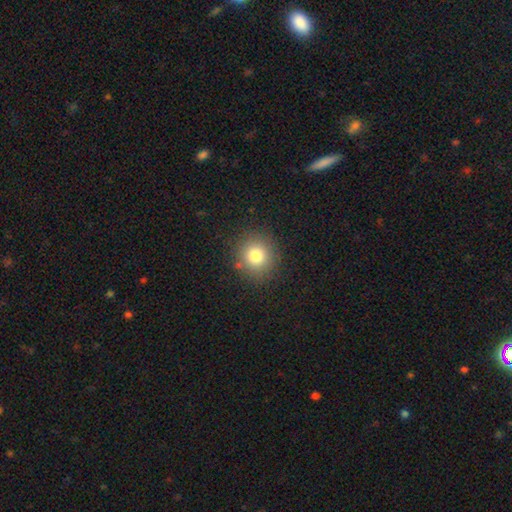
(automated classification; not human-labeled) The model was most divided on "smooth or featured": smooth: 79%, star or artifact: 13%, featured or disk: 8%. More confident: how rounded — round (91%); merging — none (88%).